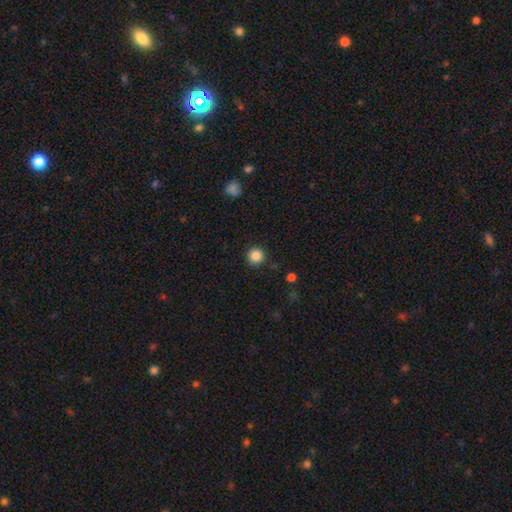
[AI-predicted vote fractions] smooth_or_featured: smooth (p=0.86) [alt: star or artifact p=0.11]
how_rounded: round (p=0.95) [alt: in between p=0.04]
merging: none (p=0.91) [alt: minor disturbance p=0.06]